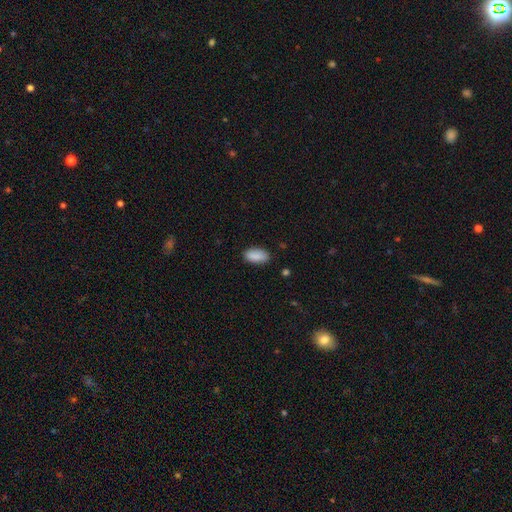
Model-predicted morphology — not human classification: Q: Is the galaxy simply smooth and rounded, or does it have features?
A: smooth — 89%.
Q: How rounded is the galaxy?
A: in between — 91%.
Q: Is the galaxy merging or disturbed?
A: none — 85%.